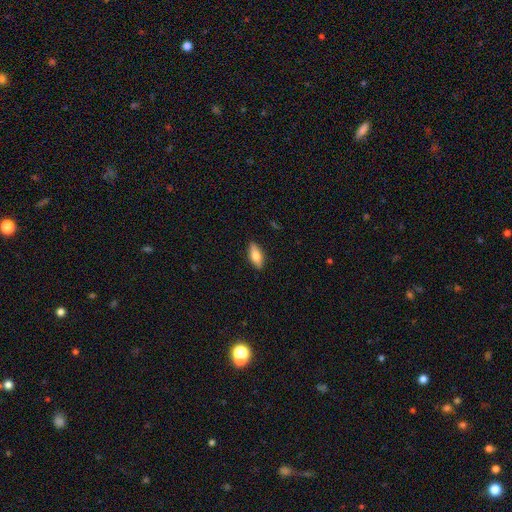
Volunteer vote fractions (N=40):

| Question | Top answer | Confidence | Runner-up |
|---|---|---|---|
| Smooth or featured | smooth | 82% | featured or disk (15%) |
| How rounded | in between | 85% | cigar-shaped (15%) |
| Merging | none | 87% | minor disturbance (13%) |